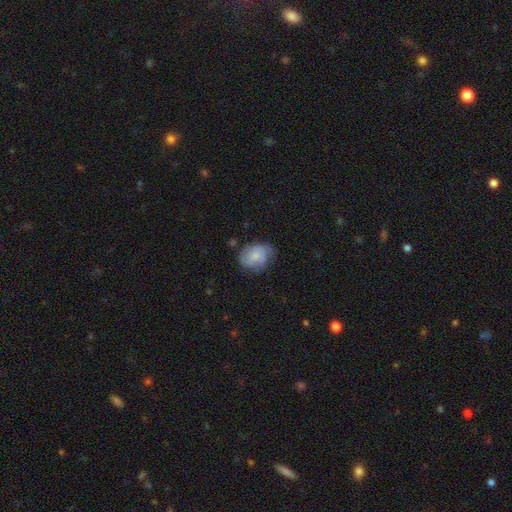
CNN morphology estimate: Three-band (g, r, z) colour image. It shows a smooth galaxy with no disk features (56%) that is in between round and cigar-shaped (53%). Merging: none (55%).